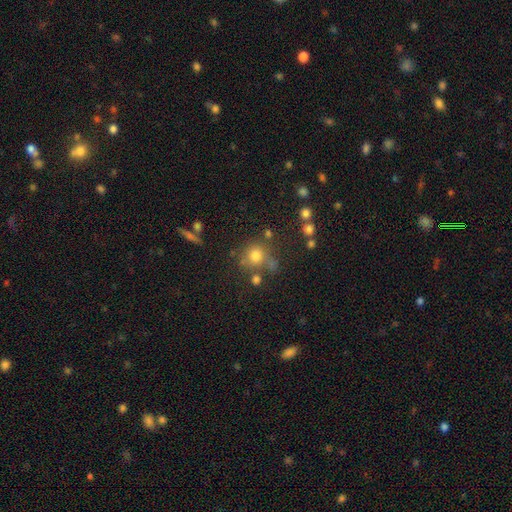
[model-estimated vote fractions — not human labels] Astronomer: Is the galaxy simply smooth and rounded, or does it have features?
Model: smooth — 72%.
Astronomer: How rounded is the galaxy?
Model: round — 86%.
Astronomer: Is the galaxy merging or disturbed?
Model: none — 64%.